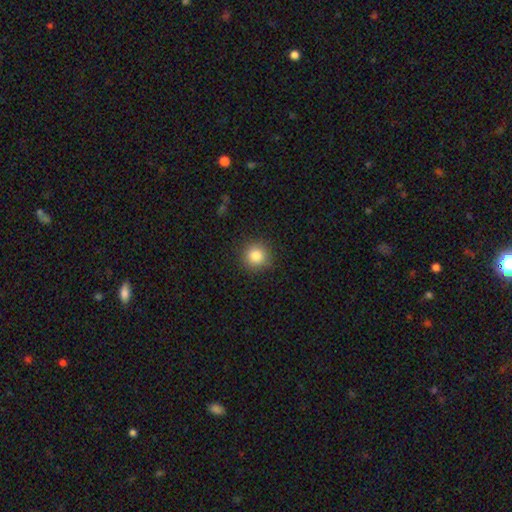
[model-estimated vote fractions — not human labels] The model was most divided on "smooth or featured": smooth: 85%, star or artifact: 10%, featured or disk: 5%. More confident: how rounded — round (93%); merging — none (90%).